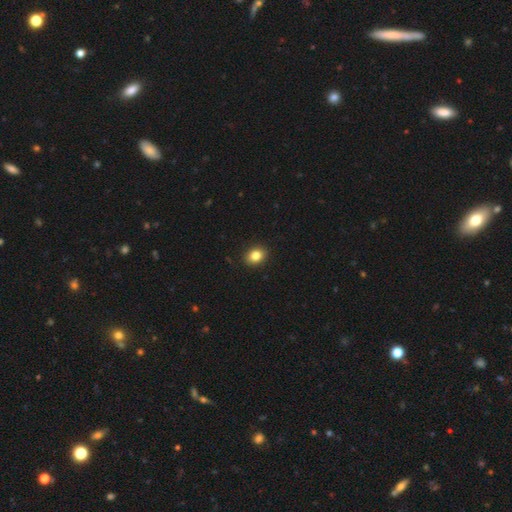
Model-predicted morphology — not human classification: The model was most divided on "how rounded": in between: 56%, round: 43%, cigar-shaped: 1%. More confident: merging — none (91%); smooth or featured — smooth (84%).